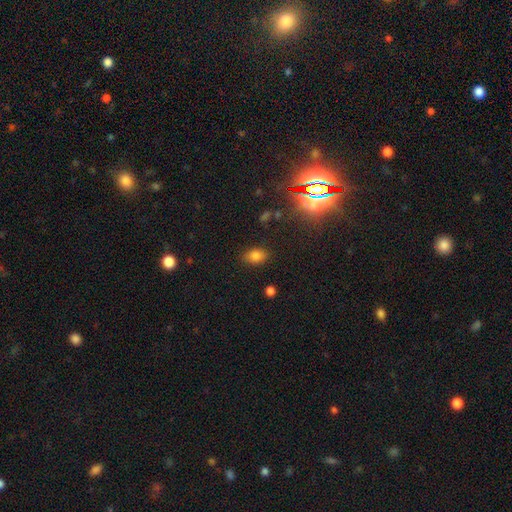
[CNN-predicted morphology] Q: Smooth or featured?
A: smooth (77%); runner-up: star or artifact (16%)
Q: How rounded?
A: in between (80%); runner-up: round (18%)
Q: Merging?
A: none (84%); runner-up: minor disturbance (11%)